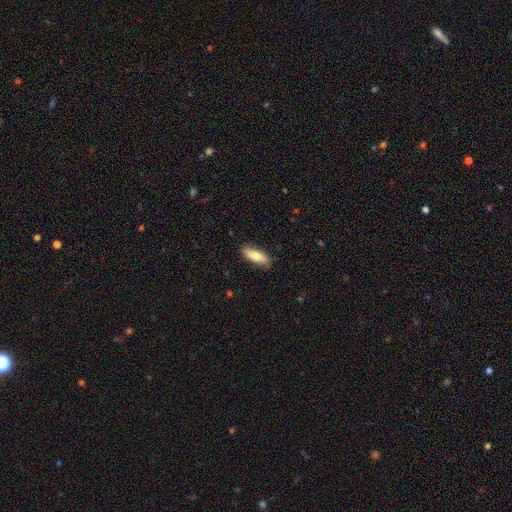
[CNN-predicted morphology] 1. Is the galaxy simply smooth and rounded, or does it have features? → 74% smooth, 20% featured or disk, 6% star or artifact.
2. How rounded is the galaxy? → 64% in between, 33% cigar-shaped, 2% round.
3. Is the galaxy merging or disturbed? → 85% none, 11% minor disturbance, 2% major disturbance, 1% merger.